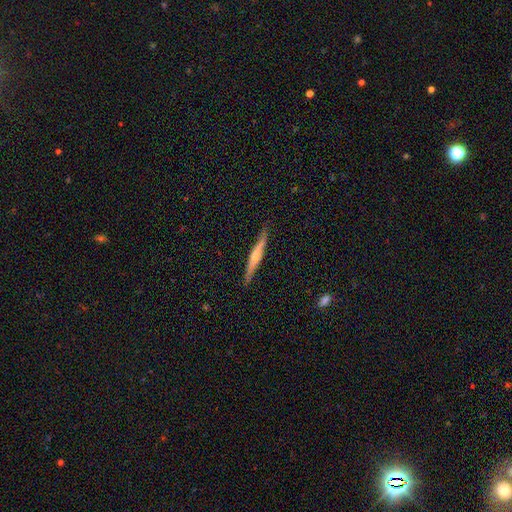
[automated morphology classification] smooth_or_featured: featured or disk (p=0.65) [alt: smooth p=0.29]
disk_edge_on: yes (p=0.96) [alt: no p=0.04]
edge_on_bulge: rounded (p=0.79) [alt: none p=0.16]
merging: none (p=0.87) [alt: minor disturbance p=0.10]